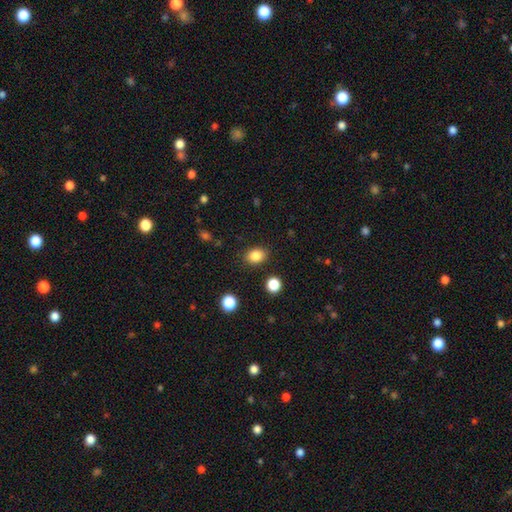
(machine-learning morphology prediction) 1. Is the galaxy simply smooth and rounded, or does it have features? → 85% smooth, 10% star or artifact, 5% featured or disk.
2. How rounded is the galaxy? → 68% in between, 31% round, 1% cigar-shaped.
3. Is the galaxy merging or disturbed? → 86% none, 9% minor disturbance, 3% major disturbance, 2% merger.